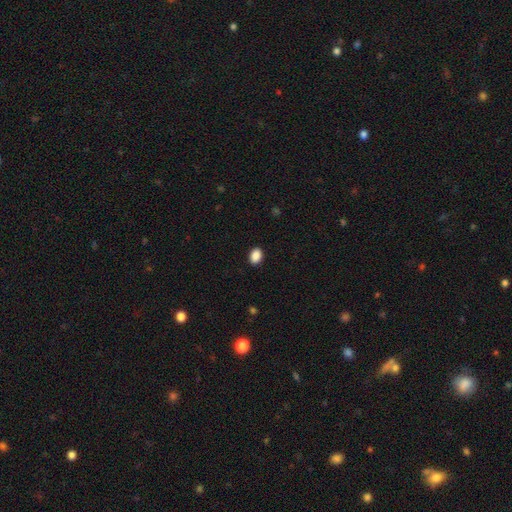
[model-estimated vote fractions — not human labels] Smooth or featured?
  - smooth: 89% *
  - star or artifact: 8%
  - featured or disk: 3%
How rounded?
  - in between: 78% *
  - round: 20%
  - cigar-shaped: 1%
Merging?
  - none: 90% *
  - minor disturbance: 7%
  - major disturbance: 2%
  - merger: 1%